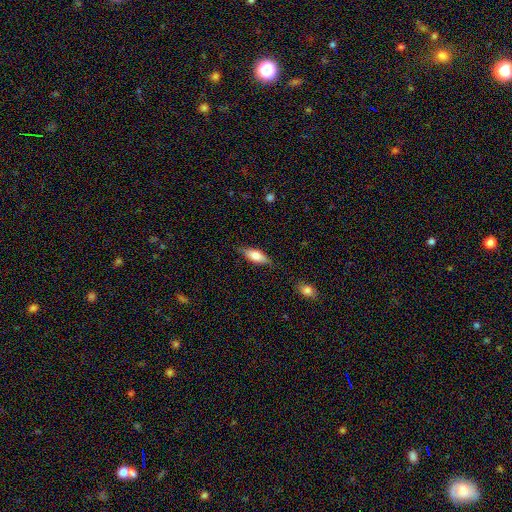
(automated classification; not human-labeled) smooth 72%, featured or disk 22%, star or artifact 6%. Down the decision tree: how rounded — in between (72%); merging — none (79%).